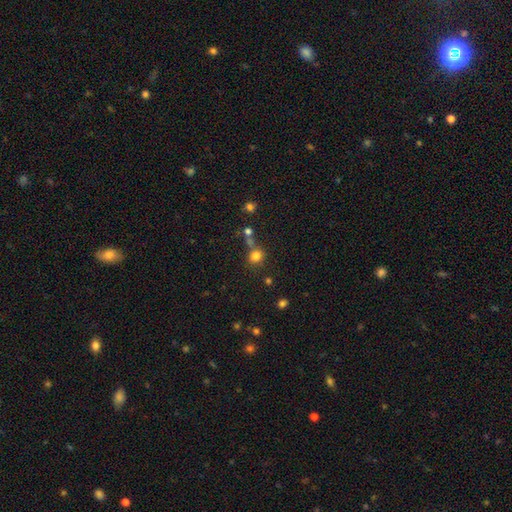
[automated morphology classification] Overall: smooth (77%). How rounded: round (85%). Merging: none (61%; merger 22%).